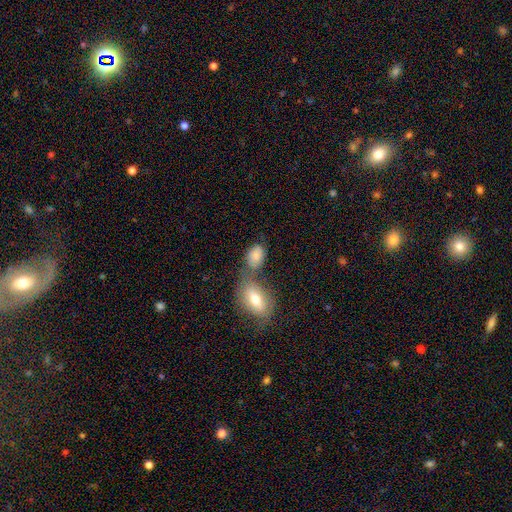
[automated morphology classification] This appears to be a smooth galaxy with no disk features (79%) that is in between round and cigar-shaped (85%). Merging: none (43%).